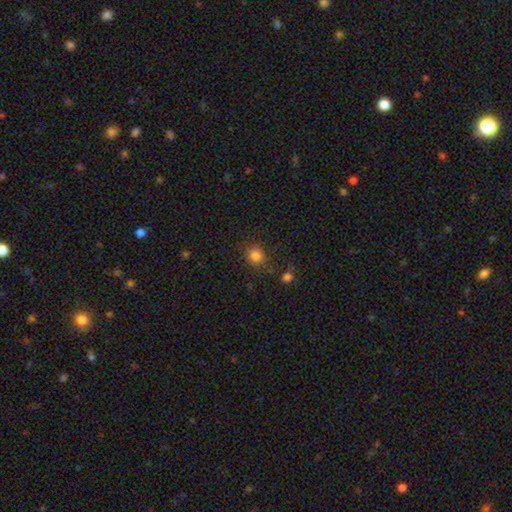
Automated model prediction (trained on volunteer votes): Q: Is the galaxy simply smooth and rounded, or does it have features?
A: smooth — 82%.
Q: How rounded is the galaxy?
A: round — 85%.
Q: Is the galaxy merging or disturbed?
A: none — 76%.